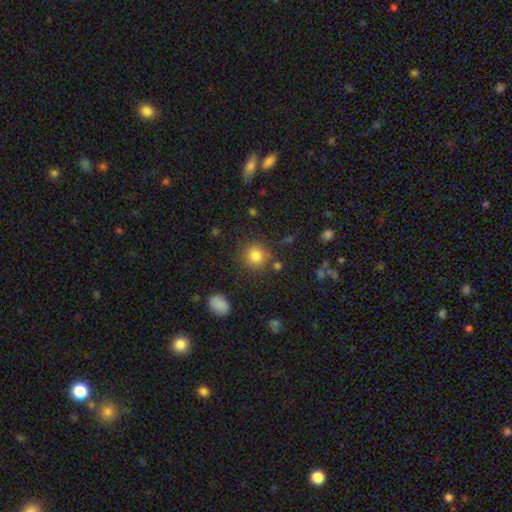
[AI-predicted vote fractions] The model was most divided on "smooth or featured": smooth: 83%, star or artifact: 11%, featured or disk: 6%. More confident: how rounded — round (92%); merging — none (84%).